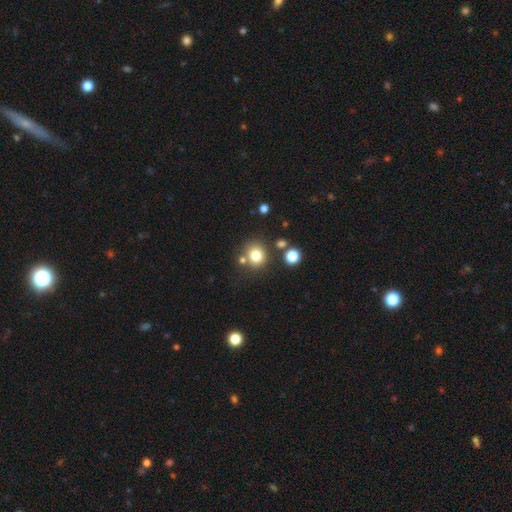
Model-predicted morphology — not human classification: Smooth or featured: smooth — 79% (star or artifact — 13%)
How rounded: round — 85% (in between — 15%)
Merging: none — 74% (merger — 12%)